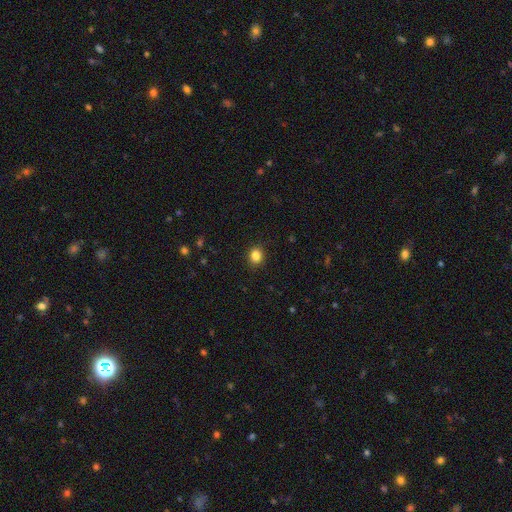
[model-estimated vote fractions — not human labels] smooth_or_featured: smooth (p=0.84) [alt: star or artifact p=0.11]
how_rounded: round (p=0.79) [alt: in between p=0.20]
merging: none (p=0.91) [alt: minor disturbance p=0.06]